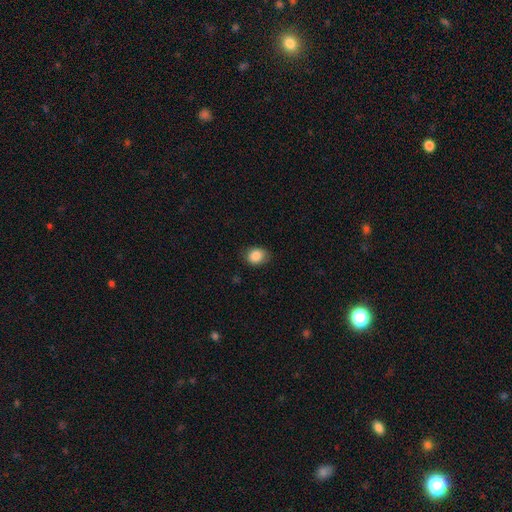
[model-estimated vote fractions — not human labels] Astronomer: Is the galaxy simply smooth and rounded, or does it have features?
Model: smooth — 87%.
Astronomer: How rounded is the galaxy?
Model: round — 51% (runner-up: in between, 48%).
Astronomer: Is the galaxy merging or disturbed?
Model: none — 80%.